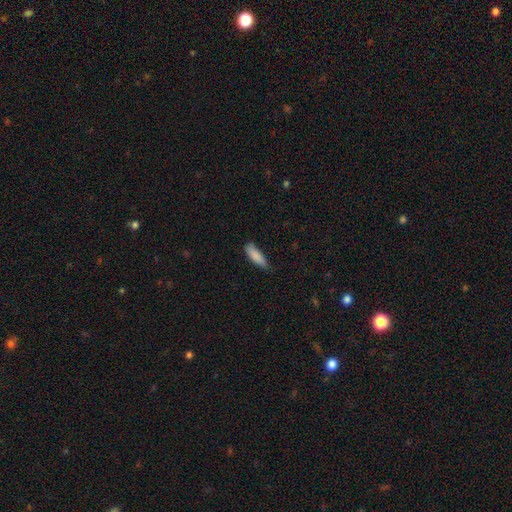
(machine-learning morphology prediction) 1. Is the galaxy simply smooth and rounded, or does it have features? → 87% smooth, 7% star or artifact, 6% featured or disk.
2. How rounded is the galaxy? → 52% in between, 47% cigar-shaped, 2% round.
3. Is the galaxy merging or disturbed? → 67% none, 27% minor disturbance, 4% major disturbance, 2% merger.